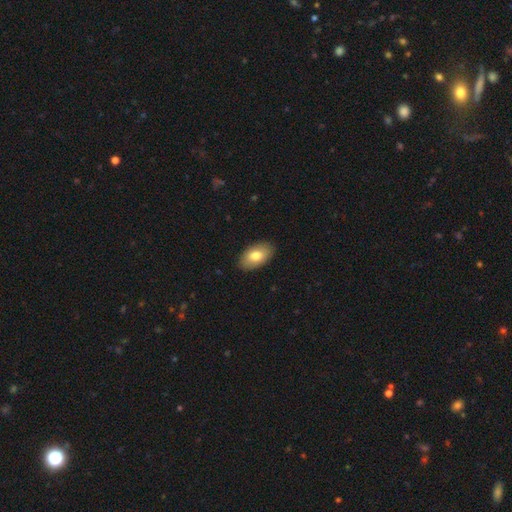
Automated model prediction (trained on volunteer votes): This is likely a smooth galaxy (78%). How rounded: clearly in between (94%). Merging: clearly none (88%).